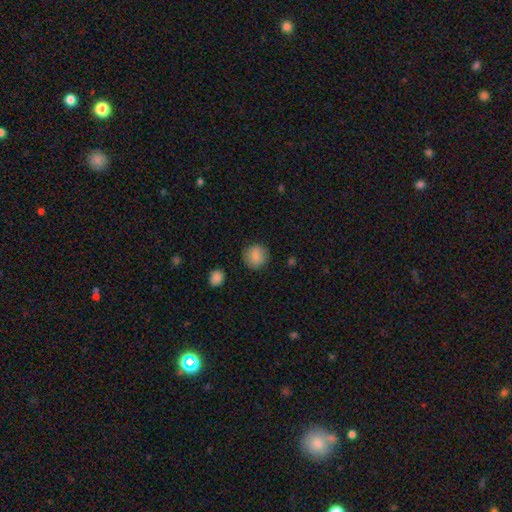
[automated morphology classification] Overall: smooth (84%). How rounded: round (88%). Merging: none (87%).